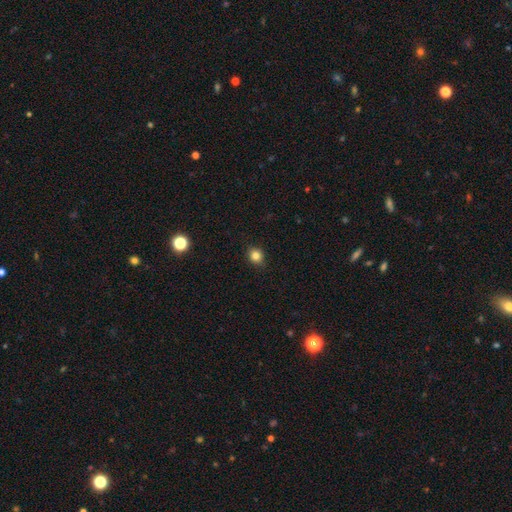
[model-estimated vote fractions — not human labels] Smooth or featured? Predicted: smooth (p=0.83). How rounded? Predicted: round (p=0.76). Merging? Predicted: none (p=0.89).